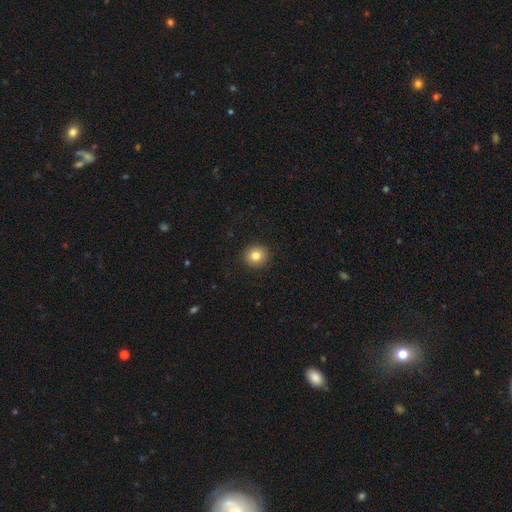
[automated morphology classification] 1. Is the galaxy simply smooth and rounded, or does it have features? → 82% smooth, 11% star or artifact, 7% featured or disk.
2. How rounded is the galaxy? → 89% round, 10% in between, 1% cigar-shaped.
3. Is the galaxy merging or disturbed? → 92% none, 5% minor disturbance, 2% major disturbance, 1% merger.